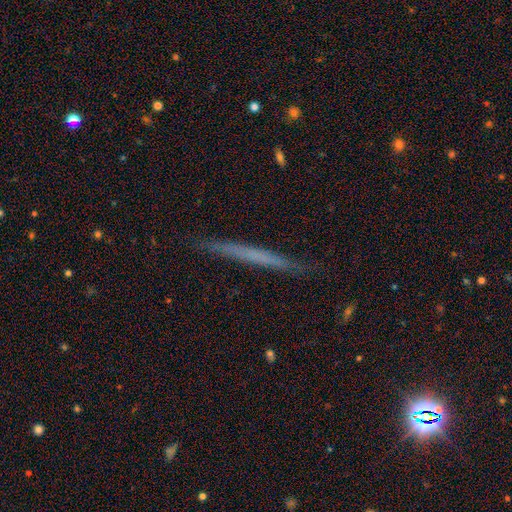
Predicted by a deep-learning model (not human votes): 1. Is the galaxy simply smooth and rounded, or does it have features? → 48% featured or disk, 44% smooth, 8% star or artifact.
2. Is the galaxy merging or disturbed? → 89% none, 8% minor disturbance, 1% major disturbance, 1% merger.